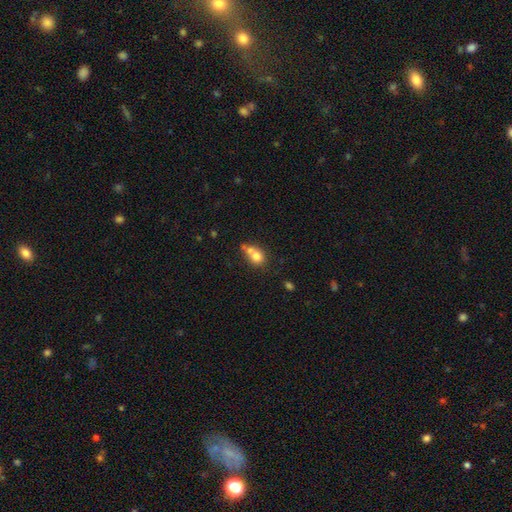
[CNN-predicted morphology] smooth-or-featured: smooth: 73% | featured or disk: 16% | star or artifact: 11%
  how-rounded: round: 60% | in between: 39% | cigar-shaped: 1%
  merging: merger: 48% | none: 34% | minor disturbance: 13% | major disturbance: 5%